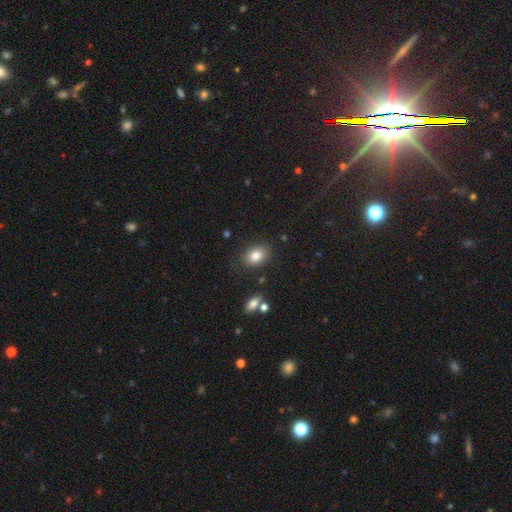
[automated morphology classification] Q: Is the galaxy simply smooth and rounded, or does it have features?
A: smooth — 83%.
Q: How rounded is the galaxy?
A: in between — 72%.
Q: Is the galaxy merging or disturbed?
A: none — 84%.